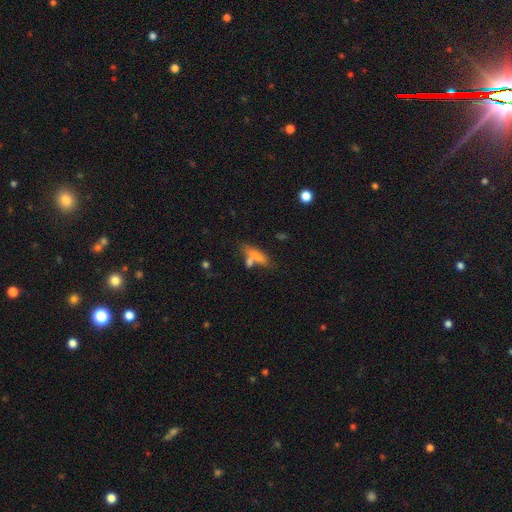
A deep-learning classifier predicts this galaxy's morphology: type=smooth (69%); roundness=cigar-shaped (60%); merging=none (52%).